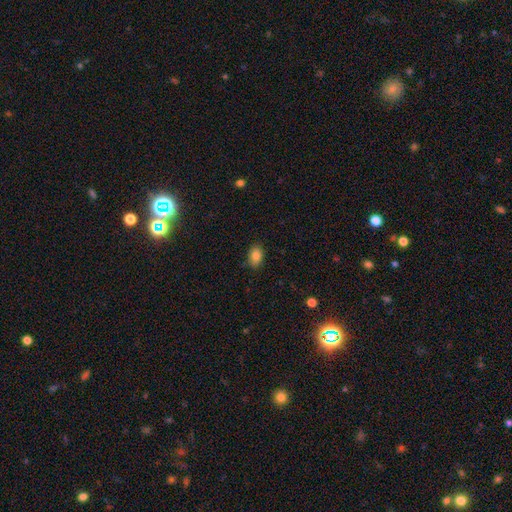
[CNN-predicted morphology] smooth 86%, star or artifact 9%, featured or disk 6%. Down the decision tree: how rounded — in between (85%); merging — none (84%).